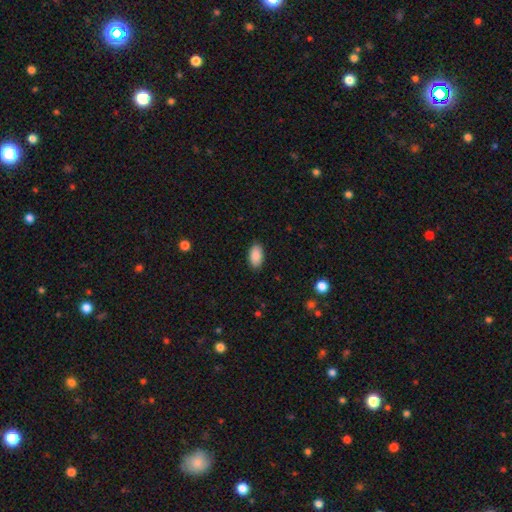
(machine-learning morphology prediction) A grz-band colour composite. It shows a smooth galaxy with no disk features (89%) that is in between round and cigar-shaped (94%). Merging: none (88%).